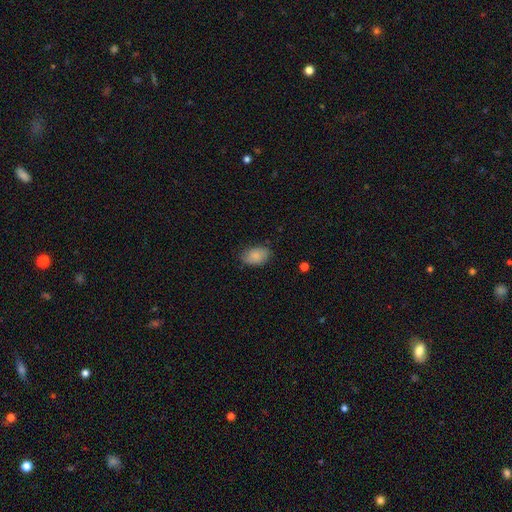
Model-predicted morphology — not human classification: This appears to be a smooth galaxy with no disk features (84%) that is in between round and cigar-shaped (87%). Merging: none (77%).